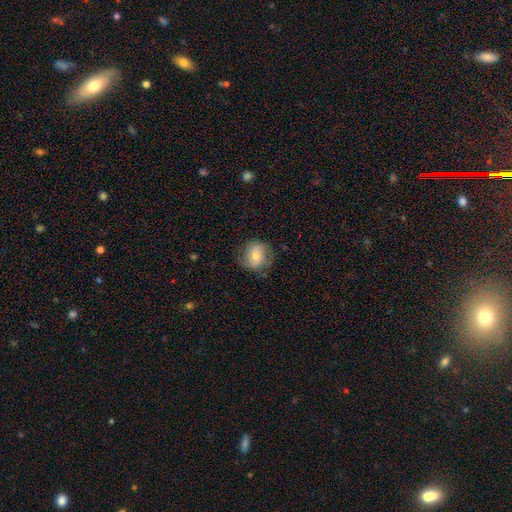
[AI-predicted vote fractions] This is possibly a smooth galaxy (59%). How rounded: likely round (76%). Merging: likely none (73%).